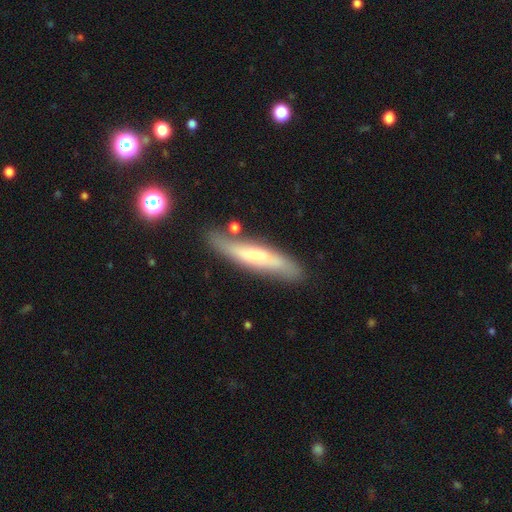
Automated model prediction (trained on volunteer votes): Smooth or featured: smooth — 53% (featured or disk — 40%)
How rounded: cigar-shaped — 85% (in between — 14%)
Merging: none — 74% (minor disturbance — 16%)